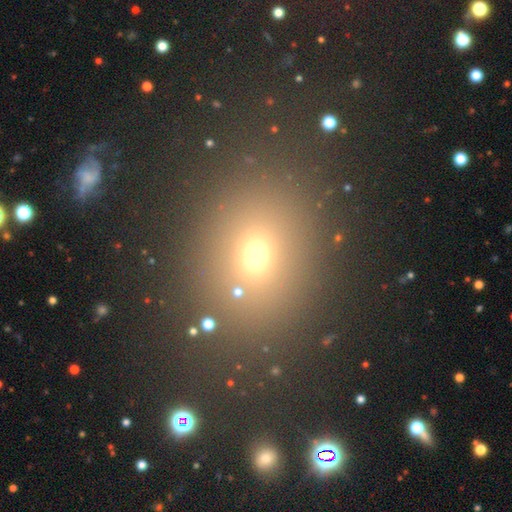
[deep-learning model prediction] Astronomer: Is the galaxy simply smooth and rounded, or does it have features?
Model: smooth — 65%.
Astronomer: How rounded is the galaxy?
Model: round — 56% (runner-up: in between, 42%).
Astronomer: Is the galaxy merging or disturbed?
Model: none — 82%.